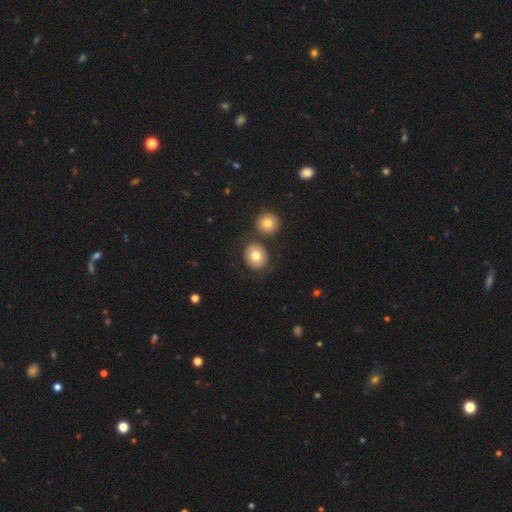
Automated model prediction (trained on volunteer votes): Smooth or featured? smooth (79%)
How rounded? round (78%)
Merging? none (75%)